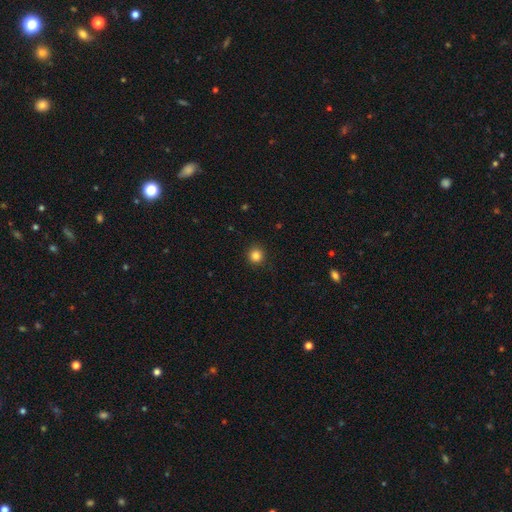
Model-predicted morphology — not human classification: This is clearly a smooth galaxy (85%). How rounded: clearly round (94%). Merging: clearly none (92%).